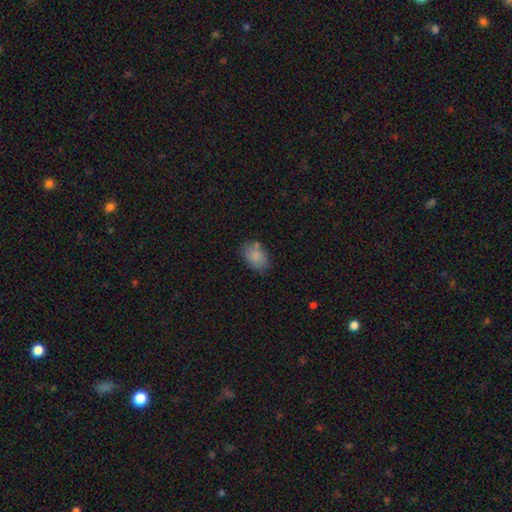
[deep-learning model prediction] smooth_or_featured: smooth (p=0.84) [alt: featured or disk p=0.08]
how_rounded: in between (p=0.85) [alt: round p=0.14]
merging: none (p=0.70) [alt: minor disturbance p=0.20]